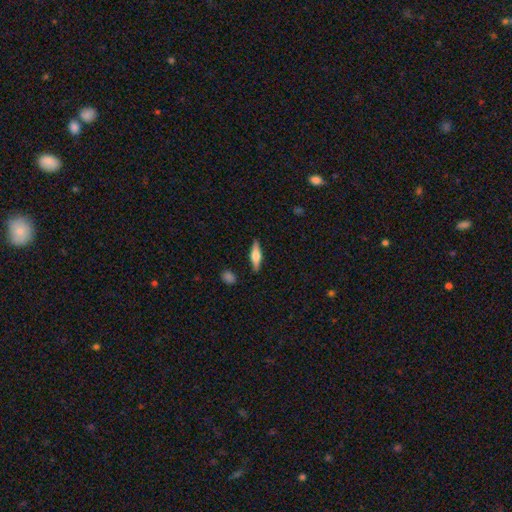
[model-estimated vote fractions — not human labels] Morphology: type=featured or disk (49%); merging=none (87%).